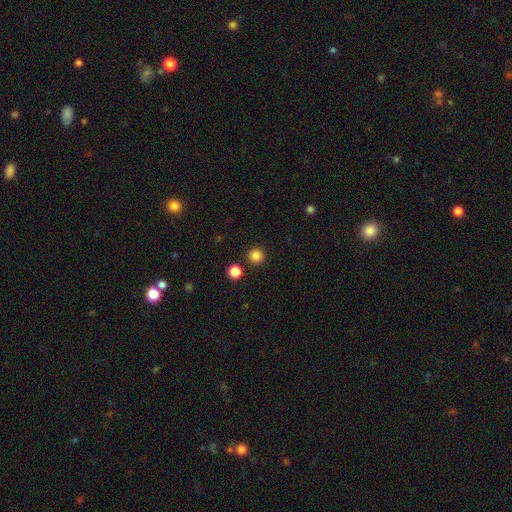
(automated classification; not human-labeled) Smooth or featured? Predicted: smooth (p=0.84). How rounded? Predicted: round (p=0.95). Merging? Predicted: none (p=0.90).